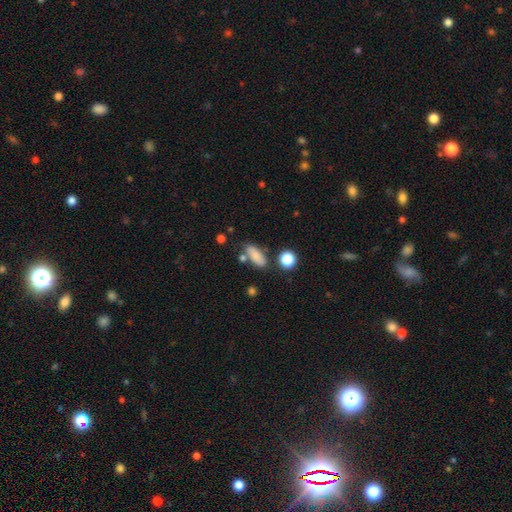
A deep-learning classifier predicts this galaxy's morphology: smooth 81%, featured or disk 10%, star or artifact 9%. Down the decision tree: how rounded — in between (76%); merging — none (69%).